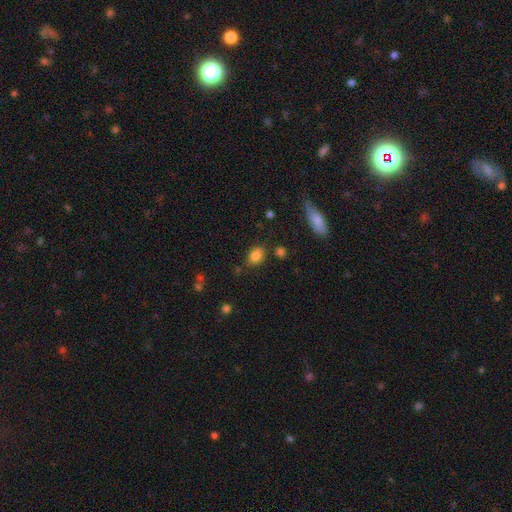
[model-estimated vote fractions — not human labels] This is clearly a smooth galaxy (83%). How rounded: likely in between (73%). Merging: likely none (76%).